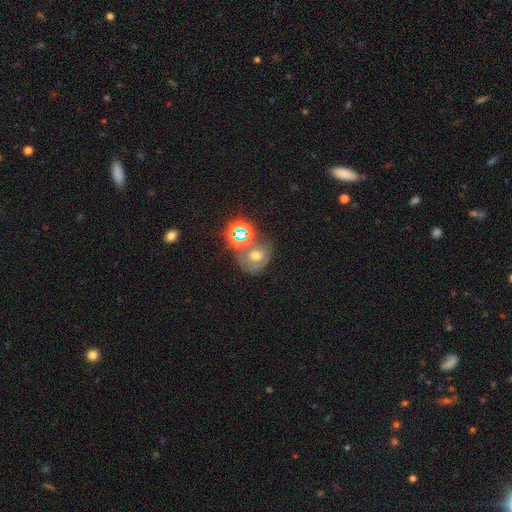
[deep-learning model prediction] Smooth or featured? Predicted: smooth (p=0.42). Merging? Predicted: none (p=0.47).